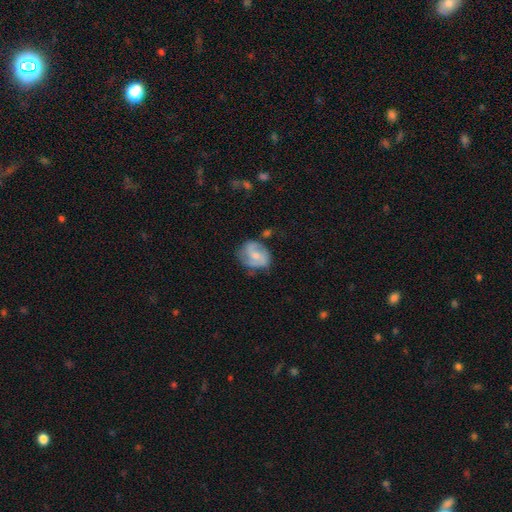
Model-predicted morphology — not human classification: Smooth or featured?
  - featured or disk: 61% *
  - smooth: 32%
  - star or artifact: 7%
Edge-on disk?
  - no: 98% *
  - yes: 2%
Bar?
  - no: 48% *
  - weak: 43%
  - strong: 9%
Spiral arms?
  - yes: 86% *
  - no: 14%
Spiral winding?
  - medium: 48% *
  - tight: 29%
  - loose: 24%
Spiral arm count?
  - 2: 70% *
  - can't tell: 14%
  - 3: 8%
  - 1: 4%
  - 4: 2%
  - more than 4: 2%
Bulge size?
  - moderate: 46% *
  - small: 39%
  - none: 10%
  - large: 4%
  - dominant: 1%
Merging?
  - none: 57% *
  - minor disturbance: 27%
  - major disturbance: 12%
  - merger: 5%